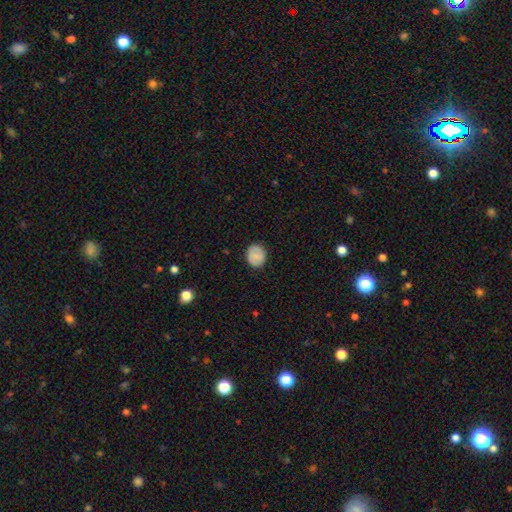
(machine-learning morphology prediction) The model was most divided on "how rounded": round: 73%, in between: 26%, cigar-shaped: 1%. More confident: merging — none (86%); smooth or featured — smooth (81%).